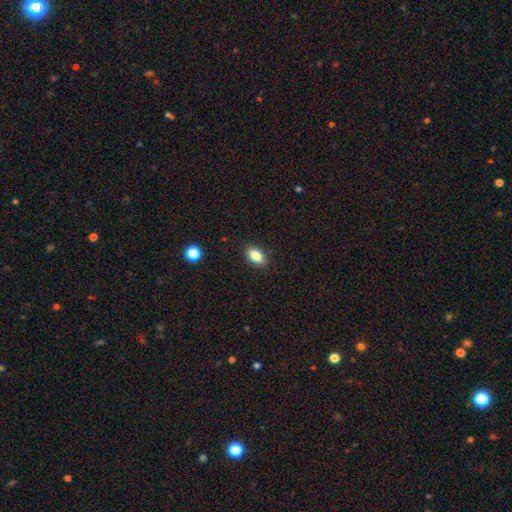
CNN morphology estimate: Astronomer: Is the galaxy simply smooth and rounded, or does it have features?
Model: smooth — 84%.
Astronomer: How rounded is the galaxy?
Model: in between — 89%.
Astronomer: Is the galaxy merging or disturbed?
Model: none — 88%.